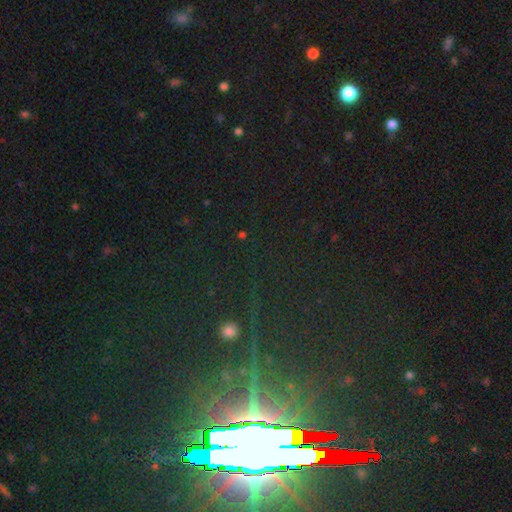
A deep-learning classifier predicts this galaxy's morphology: Smooth or featured?
  - star or artifact: 79% *
  - smooth: 11%
  - featured or disk: 10%